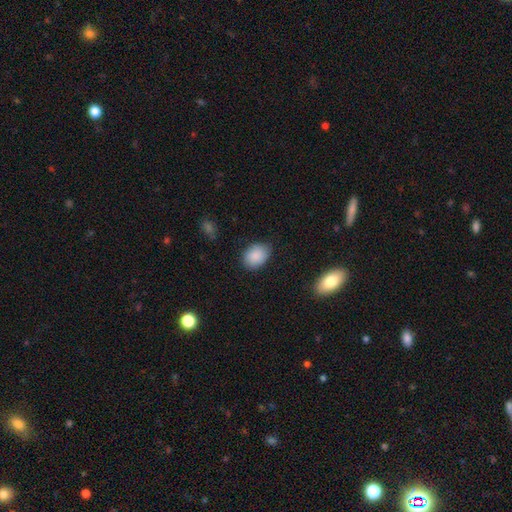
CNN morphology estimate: smooth 88%, star or artifact 7%, featured or disk 5%. Down the decision tree: how rounded — in between (69%); merging — none (77%).